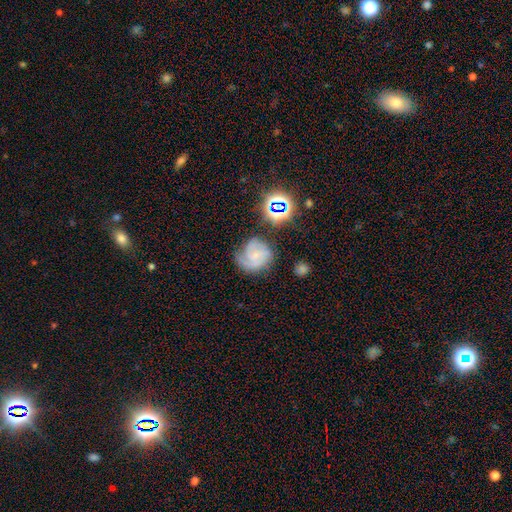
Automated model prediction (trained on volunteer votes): Overall: featured or disk (69%). Edge-on disk: no (98%). Bar: no (62%; weak 31%). Spiral arms: yes (94%). Spiral arm count: 3 (35%; 2 30%). Spiral winding: tight (53%; medium 38%). Bulge size: small (52%; none 29%). Merging: none (62%).